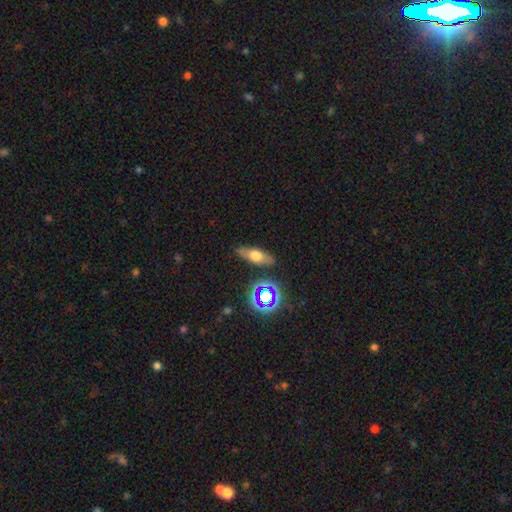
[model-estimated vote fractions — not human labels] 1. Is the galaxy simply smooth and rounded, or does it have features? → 52% smooth, 34% featured or disk, 14% star or artifact.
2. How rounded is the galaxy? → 62% in between, 30% cigar-shaped, 8% round.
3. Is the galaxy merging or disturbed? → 82% none, 12% minor disturbance, 3% major disturbance, 2% merger.